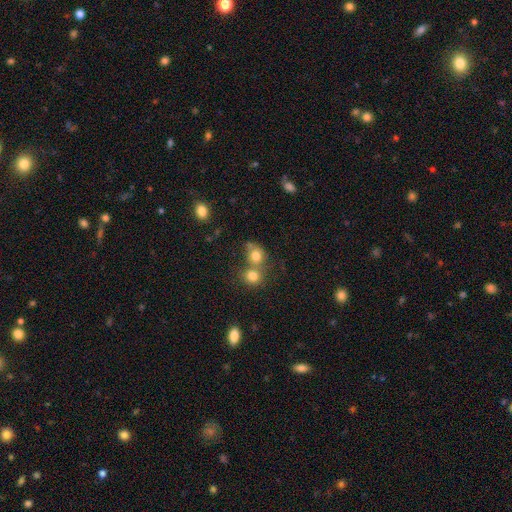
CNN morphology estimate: This appears to be a smooth galaxy with no disk features (78%) that is round (75%). Merging: merger (49%).